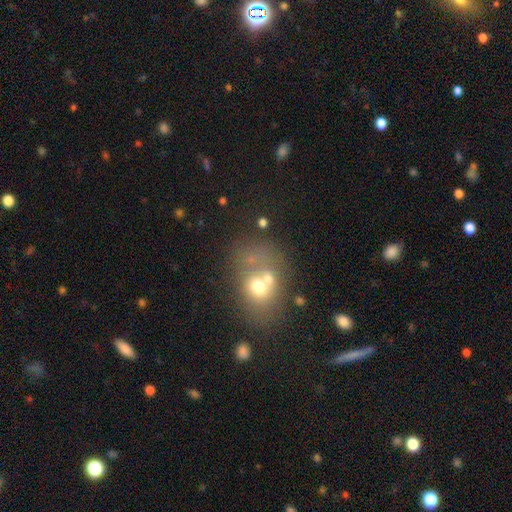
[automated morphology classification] smooth_or_featured: smooth (p=0.53) [alt: featured or disk p=0.26]
how_rounded: round (p=0.51) [alt: in between p=0.48]
merging: merger (p=0.47) [alt: none p=0.34]